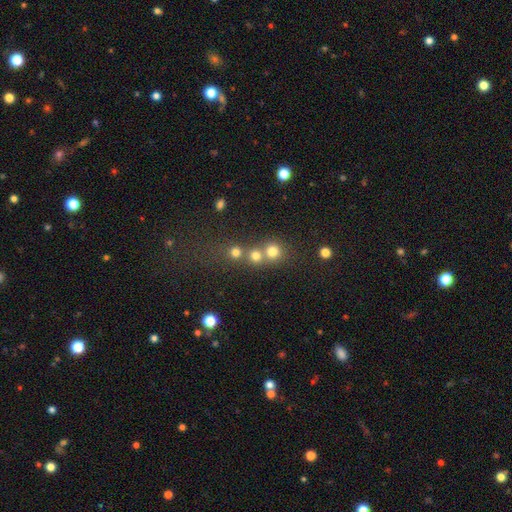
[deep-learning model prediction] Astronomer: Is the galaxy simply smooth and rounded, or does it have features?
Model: smooth — 74%.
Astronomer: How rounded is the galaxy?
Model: round — 89%.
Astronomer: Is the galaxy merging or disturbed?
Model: none — 50% (runner-up: merger, 41%).